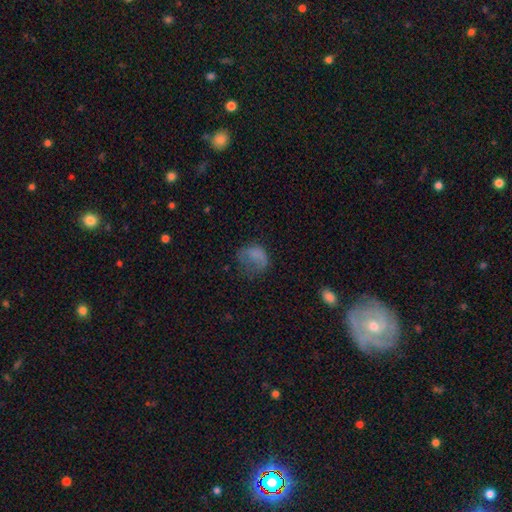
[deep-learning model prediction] Overall: smooth (64%). How rounded: in between (55%; round 44%). Merging: major disturbance (43%; none 29%).